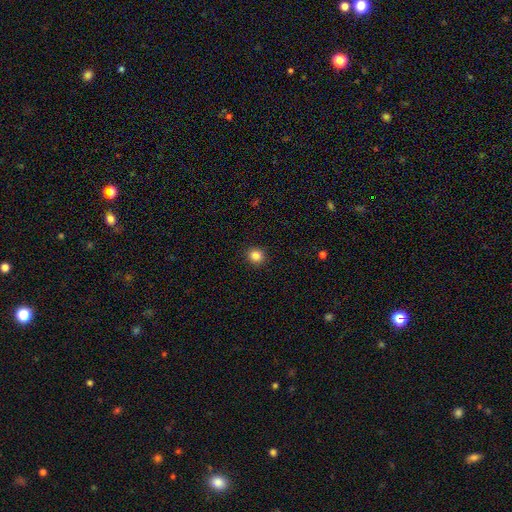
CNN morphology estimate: This appears to be a smooth galaxy with no disk features (85%) that is round (88%). Merging: none (92%).